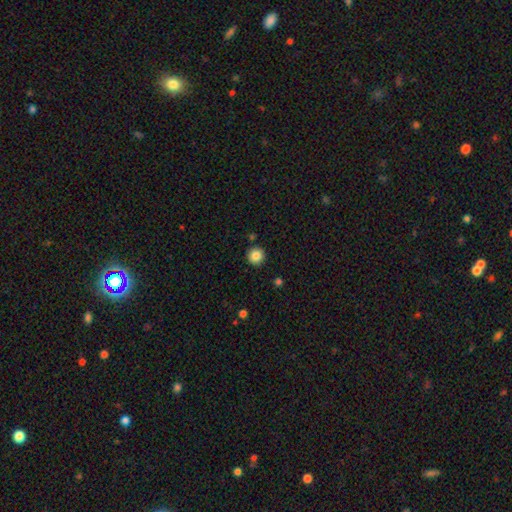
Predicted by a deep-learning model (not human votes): This is clearly a smooth galaxy (85%). How rounded: clearly round (96%). Merging: clearly none (91%).